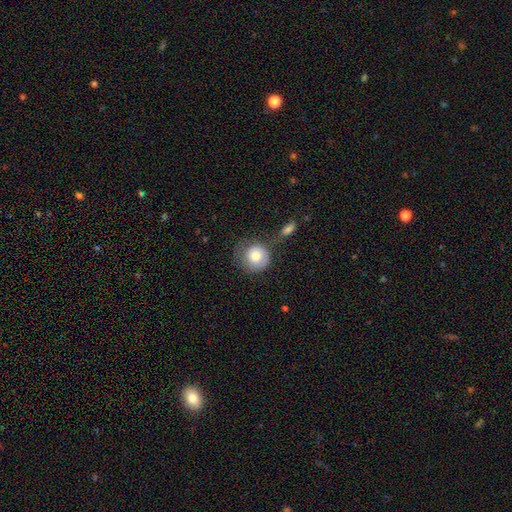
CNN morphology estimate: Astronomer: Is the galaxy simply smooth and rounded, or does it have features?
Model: smooth — 78%.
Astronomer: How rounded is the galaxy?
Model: round — 89%.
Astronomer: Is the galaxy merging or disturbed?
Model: none — 52%.